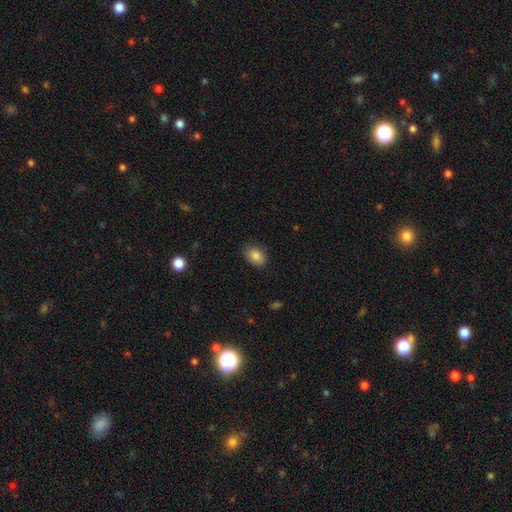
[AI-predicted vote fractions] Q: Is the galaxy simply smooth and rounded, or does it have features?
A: smooth — 86%.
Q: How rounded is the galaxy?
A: in between — 78%.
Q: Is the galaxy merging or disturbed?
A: none — 84%.